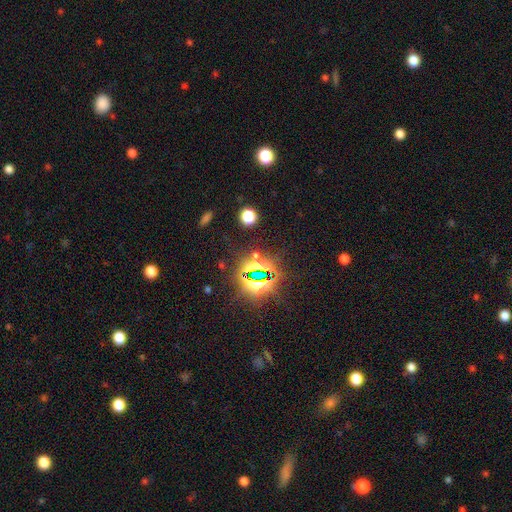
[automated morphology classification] type=star or artifact (81%).